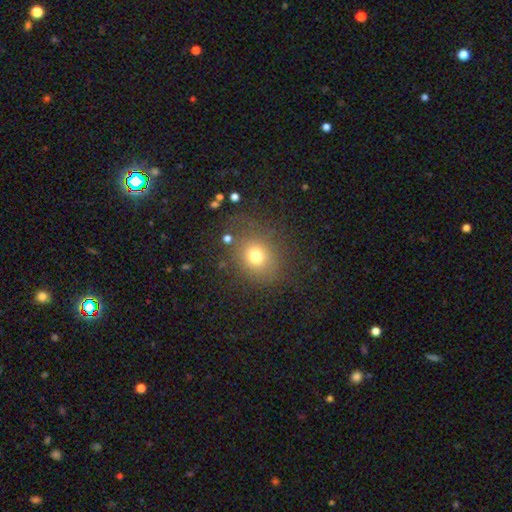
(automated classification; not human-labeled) This is likely a smooth galaxy (73%). How rounded: likely round (77%). Merging: likely none (77%).